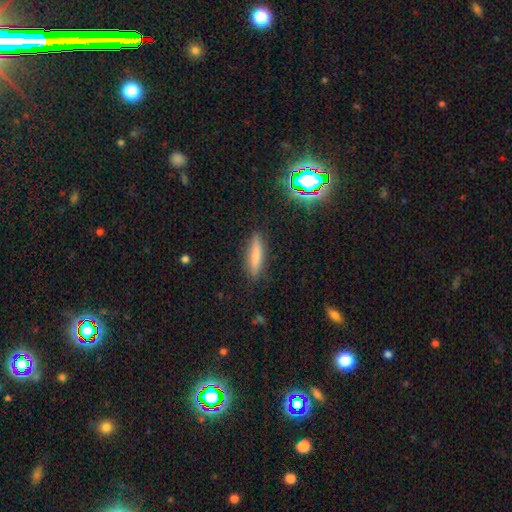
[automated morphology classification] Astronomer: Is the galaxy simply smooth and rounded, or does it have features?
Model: smooth — 72%.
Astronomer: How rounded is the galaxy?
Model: cigar-shaped — 81%.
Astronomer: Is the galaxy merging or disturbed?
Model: none — 87%.